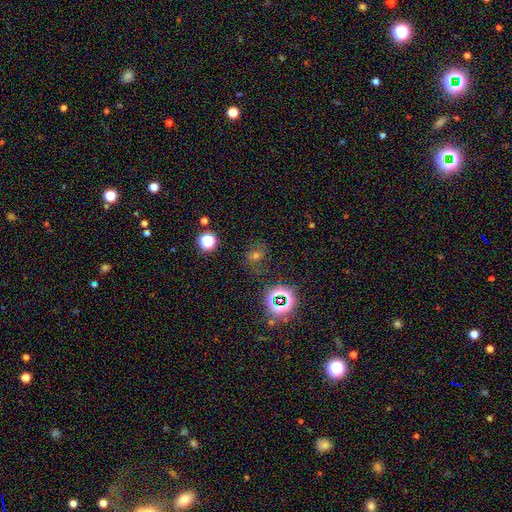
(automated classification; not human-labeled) Overall: star or artifact (44%; smooth 40%).